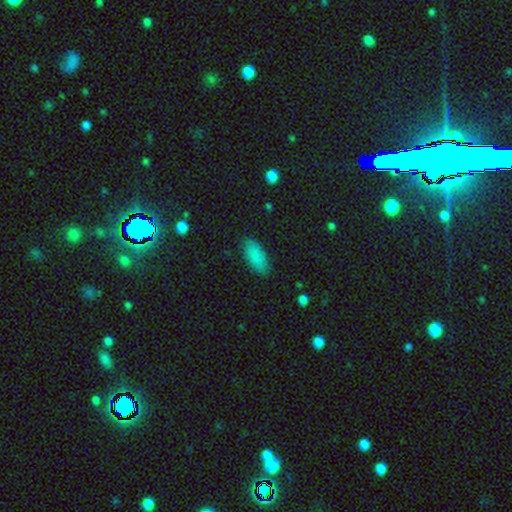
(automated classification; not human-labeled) Smooth or featured: smooth — 87% (star or artifact — 8%)
How rounded: in between — 87% (cigar-shaped — 10%)
Merging: none — 85% (minor disturbance — 11%)